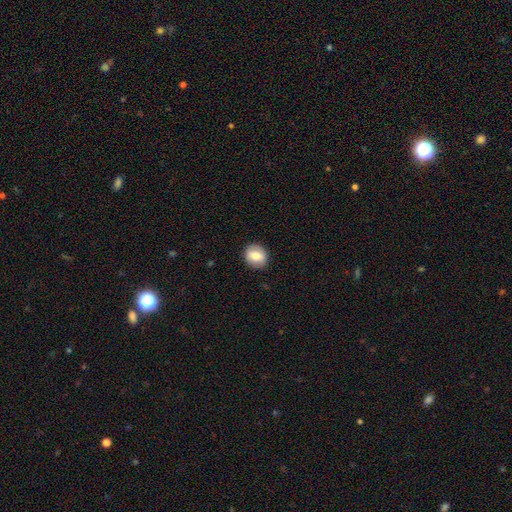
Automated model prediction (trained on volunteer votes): A smooth galaxy with no disk features (75%) that is round (72%).

Vote fractions:
- Smooth or featured? smooth: 75% / featured or disk: 17% / star or artifact: 8%
- How rounded? round: 72% / in between: 27% / cigar-shaped: 1%
- Merging? none: 89% / minor disturbance: 8% / major disturbance: 2% / merger: 1%